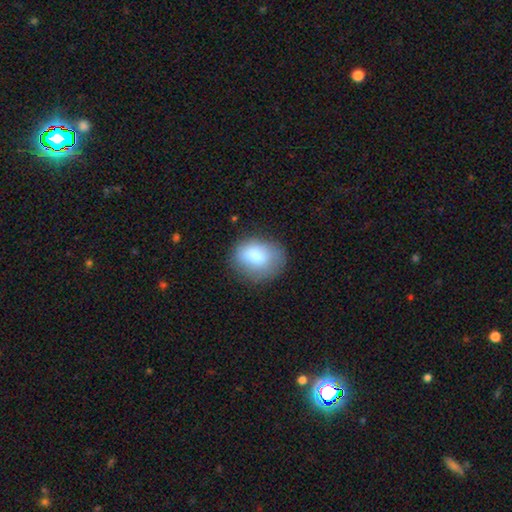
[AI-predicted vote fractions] Smooth or featured: smooth — 76% (featured or disk — 16%)
How rounded: in between — 55% (round — 44%)
Merging: none — 62% (minor disturbance — 24%)